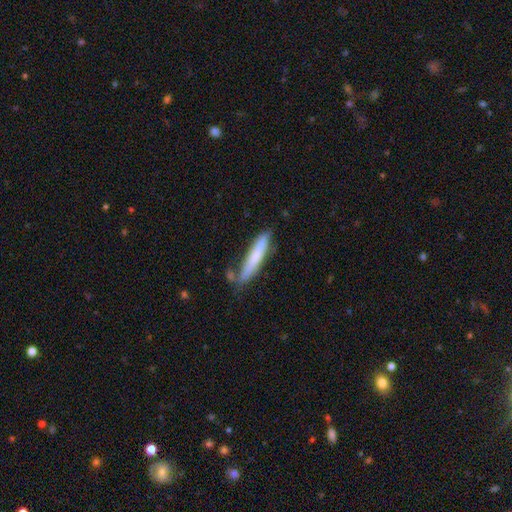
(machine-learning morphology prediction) Q: Smooth or featured?
A: smooth (65%); runner-up: featured or disk (29%)
Q: How rounded?
A: cigar-shaped (92%); runner-up: in between (6%)
Q: Merging?
A: none (69%); runner-up: minor disturbance (19%)